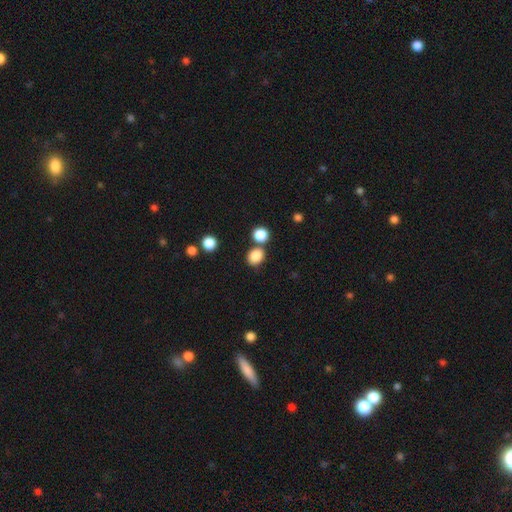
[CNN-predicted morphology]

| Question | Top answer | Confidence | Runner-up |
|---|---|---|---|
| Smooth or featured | smooth | 85% | star or artifact (11%) |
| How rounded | round | 58% | in between (41%) |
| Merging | none | 68% | merger (19%) |